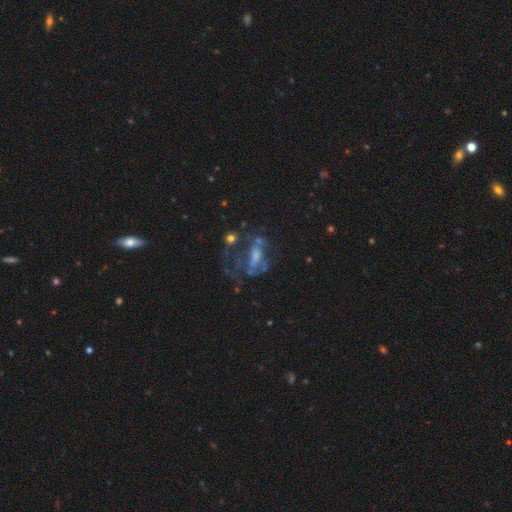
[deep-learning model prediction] Smooth or featured: featured or disk — 60% (star or artifact — 21%)
Edge-on disk: no — 93% (yes — 7%)
Bar: no — 55% (weak — 31%)
Spiral arms: no — 60% (yes — 40%)
Bulge size: small — 35% (moderate — 32%)
Merging: major disturbance — 39% (none — 34%)